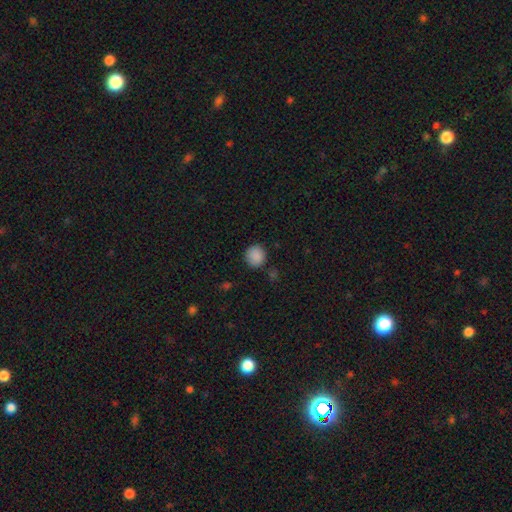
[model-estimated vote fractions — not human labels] This is clearly a smooth galaxy (88%). How rounded: clearly round (90%). Merging: clearly none (86%).